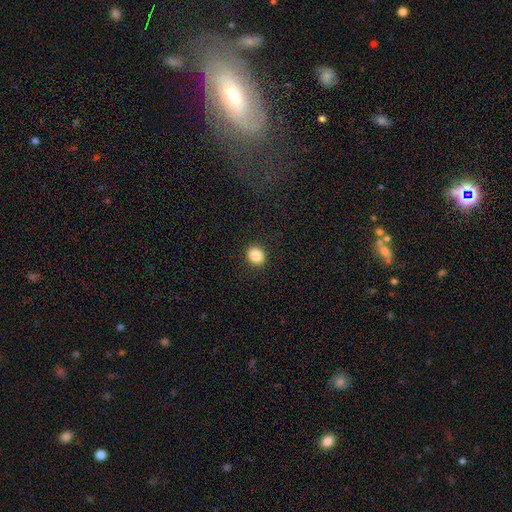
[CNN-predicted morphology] smooth-or-featured: smooth: 85% | star or artifact: 10% | featured or disk: 5%
  how-rounded: round: 62% | in between: 37% | cigar-shaped: 1%
  merging: none: 91% | minor disturbance: 6% | major disturbance: 2% | merger: 1%